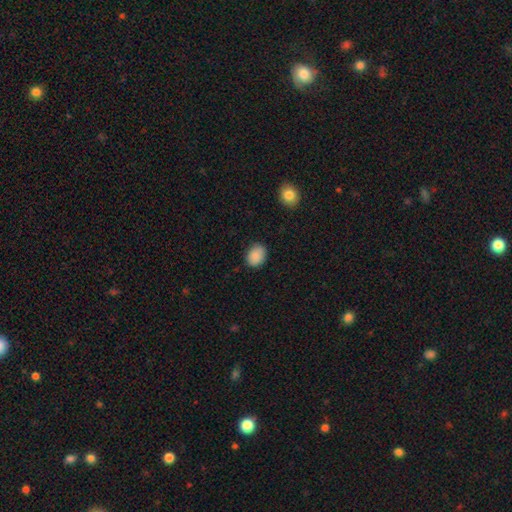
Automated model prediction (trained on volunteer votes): Smooth or featured? Predicted: smooth (p=0.89). How rounded? Predicted: in between (p=0.60). Merging? Predicted: none (p=0.84).